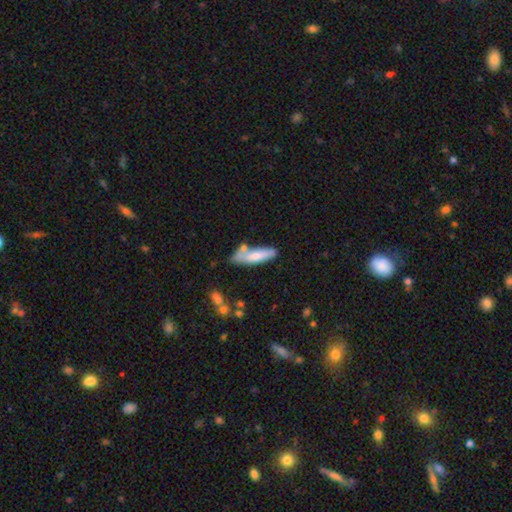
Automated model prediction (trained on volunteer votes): smooth_or_featured: smooth (p=0.72) [alt: featured or disk p=0.23]
how_rounded: cigar-shaped (p=0.59) [alt: in between p=0.40]
merging: none (p=0.54) [alt: minor disturbance p=0.24]